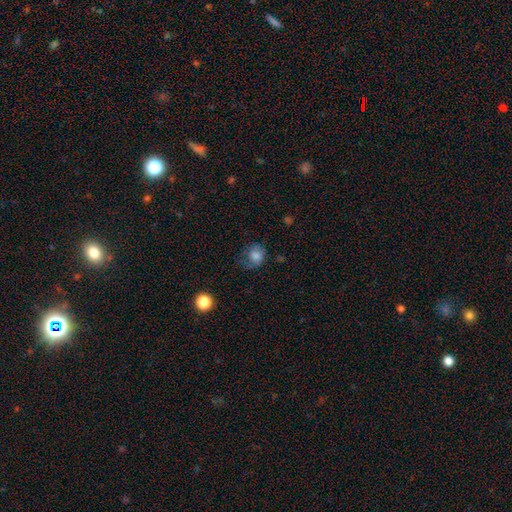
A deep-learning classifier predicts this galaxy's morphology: A smooth galaxy with no disk features (79%) that is round (64%).

Vote fractions:
- Smooth or featured? smooth: 79% / featured or disk: 11% / star or artifact: 10%
- How rounded? round: 64% / in between: 35% / cigar-shaped: 1%
- Merging? none: 47% / minor disturbance: 30% / major disturbance: 21% / merger: 2%